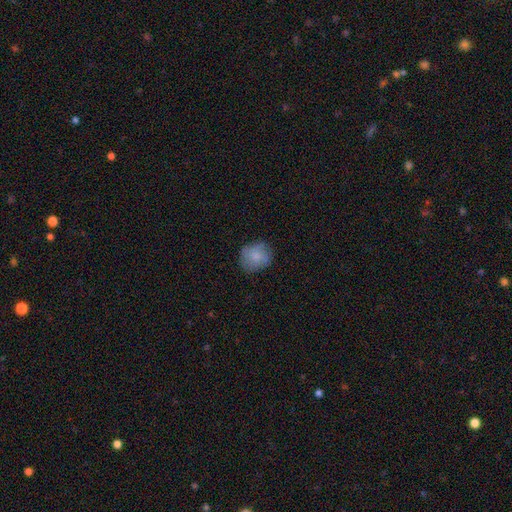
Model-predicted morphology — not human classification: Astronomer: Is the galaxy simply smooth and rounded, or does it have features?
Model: smooth — 78%.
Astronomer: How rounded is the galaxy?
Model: round — 79%.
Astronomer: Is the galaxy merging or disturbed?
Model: none — 73%.